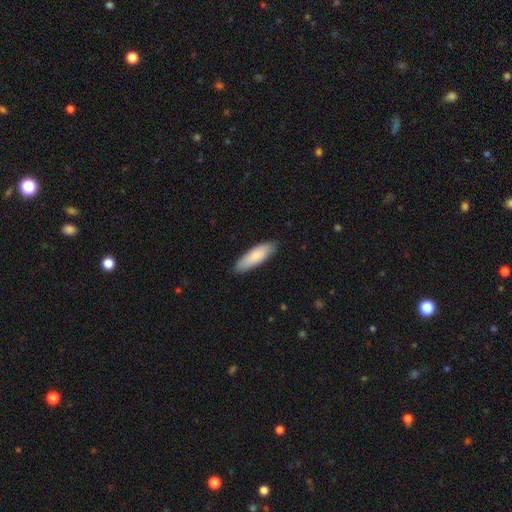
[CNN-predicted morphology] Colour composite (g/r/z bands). It shows a smooth galaxy with no disk features (82%) that is in between round and cigar-shaped (50%). Merging: none (86%).